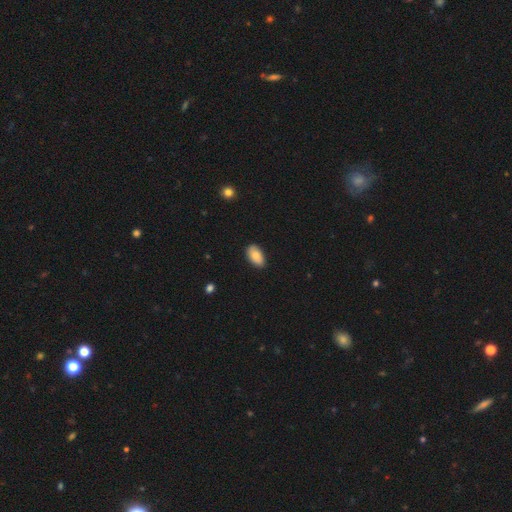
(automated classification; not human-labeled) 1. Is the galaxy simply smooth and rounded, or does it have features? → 85% smooth, 8% featured or disk, 7% star or artifact.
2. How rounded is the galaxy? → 94% in between, 4% round, 2% cigar-shaped.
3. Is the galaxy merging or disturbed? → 85% none, 12% minor disturbance, 2% major disturbance, 1% merger.